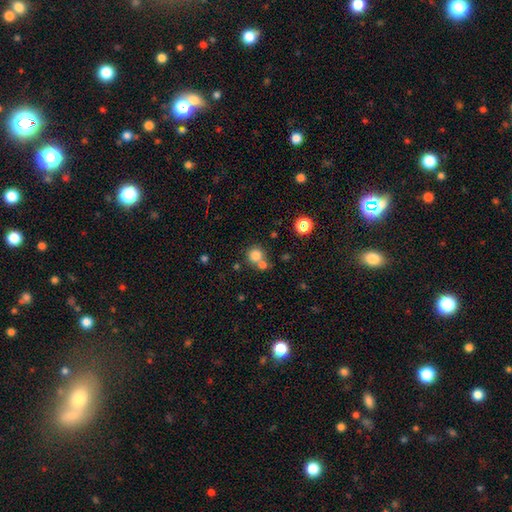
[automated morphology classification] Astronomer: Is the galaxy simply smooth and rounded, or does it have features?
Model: smooth — 78%.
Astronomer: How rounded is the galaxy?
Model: round — 91%.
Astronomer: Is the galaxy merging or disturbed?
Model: none — 55% (runner-up: merger, 35%).